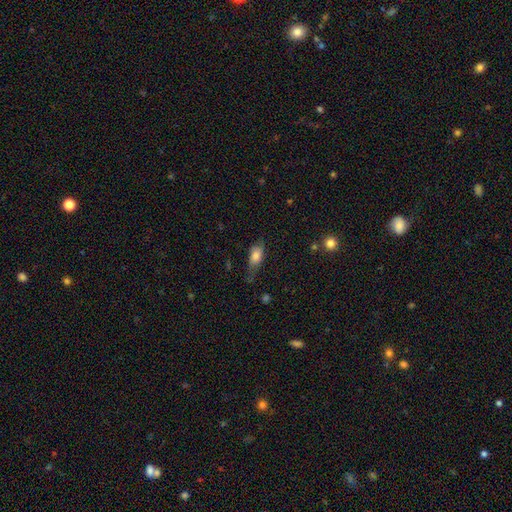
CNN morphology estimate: type=smooth (75%); roundness=in between (80%); merging=none (51%).